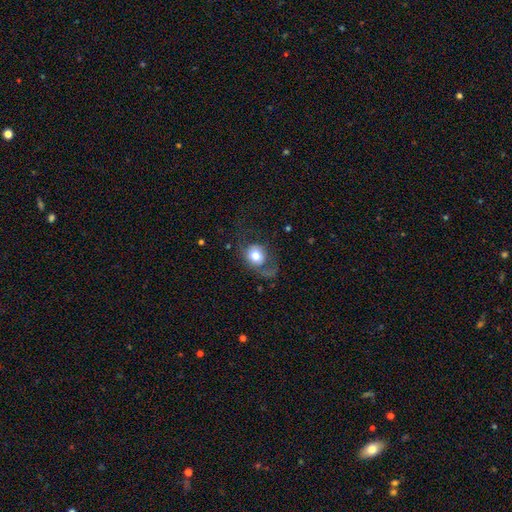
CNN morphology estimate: Q: Smooth or featured?
A: smooth (64%); runner-up: featured or disk (28%)
Q: How rounded?
A: round (66%); runner-up: in between (33%)
Q: Merging?
A: none (40%); runner-up: major disturbance (37%)